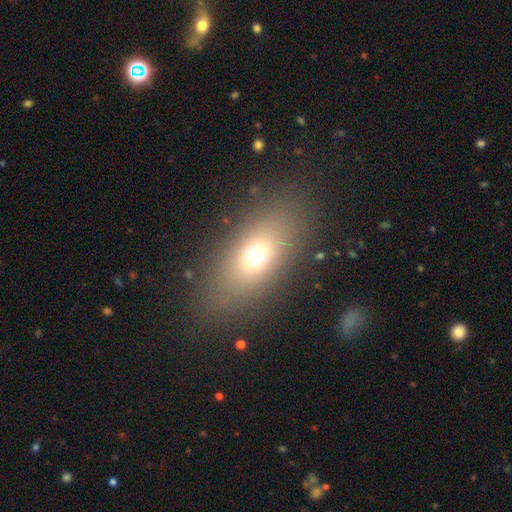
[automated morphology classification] Smooth or featured? Predicted: smooth (p=0.66). How rounded? Predicted: in between (p=0.76). Merging? Predicted: none (p=0.83).